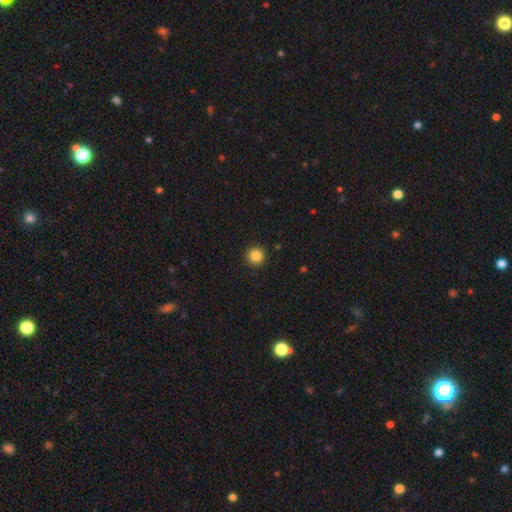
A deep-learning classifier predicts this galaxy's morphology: This appears to be a smooth galaxy with no disk features (85%) that is round (96%). Merging: none (93%).